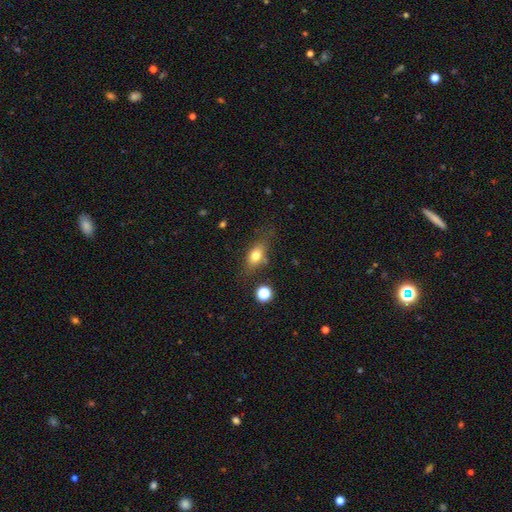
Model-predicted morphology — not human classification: Overall: smooth (74%). How rounded: in between (74%). Merging: none (64%).